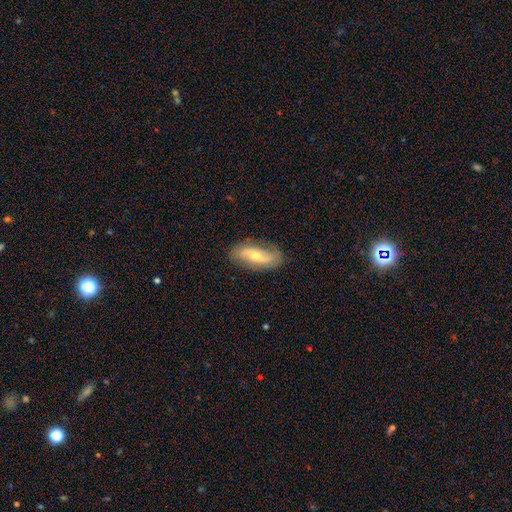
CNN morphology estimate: Smooth or featured?
  - featured or disk: 67% *
  - smooth: 27%
  - star or artifact: 6%
Edge-on disk?
  - no: 86% *
  - yes: 14%
Bar?
  - no: 40% *
  - weak: 34%
  - strong: 26%
Spiral arms?
  - yes: 84% *
  - no: 16%
Bulge size?
  - moderate: 57% *
  - small: 38%
  - large: 3%
  - none: 1%
  - dominant: 1%
Merging?
  - none: 82% *
  - minor disturbance: 13%
  - major disturbance: 3%
  - merger: 1%